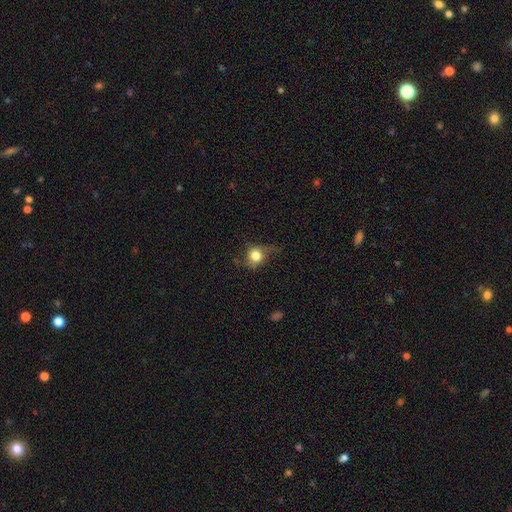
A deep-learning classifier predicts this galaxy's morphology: type=smooth (74%); roundness=round (74%); merging=none (44%).